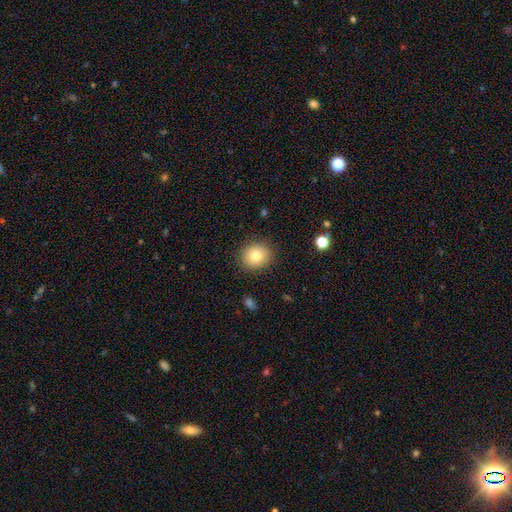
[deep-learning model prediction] Q: Smooth or featured?
A: smooth (80%); runner-up: featured or disk (10%)
Q: How rounded?
A: round (78%); runner-up: in between (21%)
Q: Merging?
A: none (89%); runner-up: minor disturbance (8%)